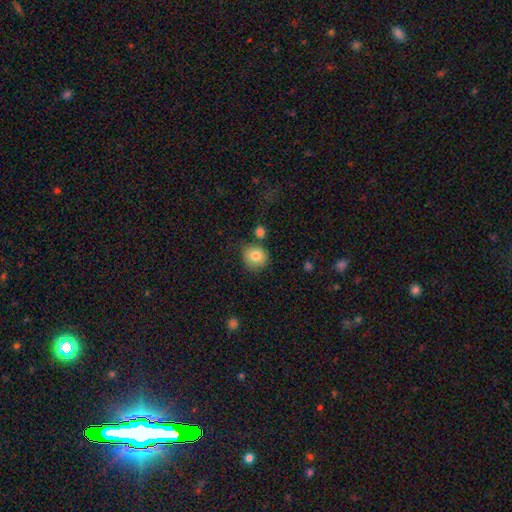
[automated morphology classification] Smooth or featured: smooth — 82% (star or artifact — 10%)
How rounded: round — 88% (in between — 11%)
Merging: none — 74% (minor disturbance — 14%)